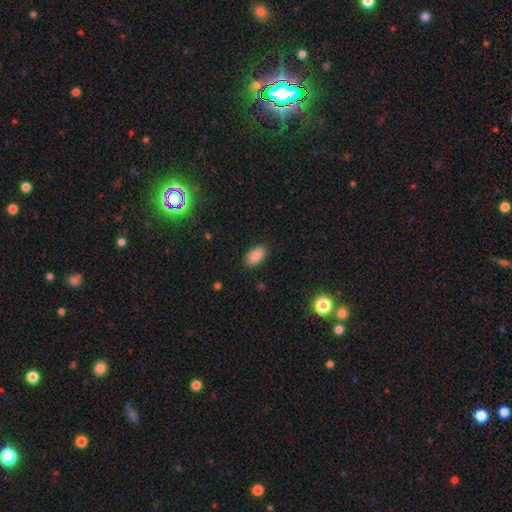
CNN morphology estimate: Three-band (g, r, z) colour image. It shows a smooth galaxy with no disk features (88%) that is in between round and cigar-shaped (93%). Merging: none (87%).